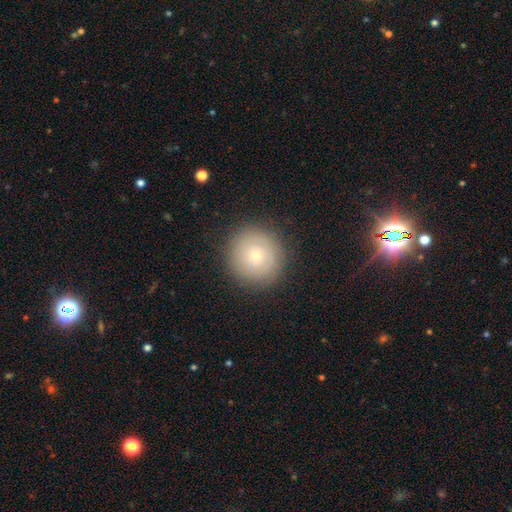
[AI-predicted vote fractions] A smooth galaxy with no disk features (65%) that is round (95%).

Vote fractions:
- Smooth or featured? smooth: 65% / featured or disk: 26% / star or artifact: 9%
- How rounded? round: 95% / in between: 4% / cigar-shaped: 1%
- Merging? none: 88% / minor disturbance: 8% / major disturbance: 3% / merger: 1%